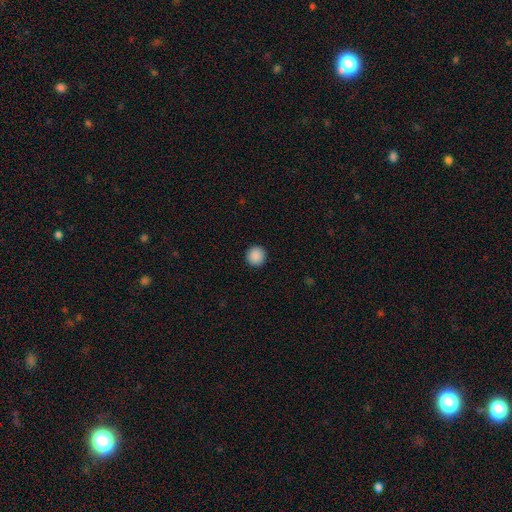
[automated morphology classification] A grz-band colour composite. It shows a smooth galaxy with no disk features (89%) that is round (94%). Merging: none (93%).